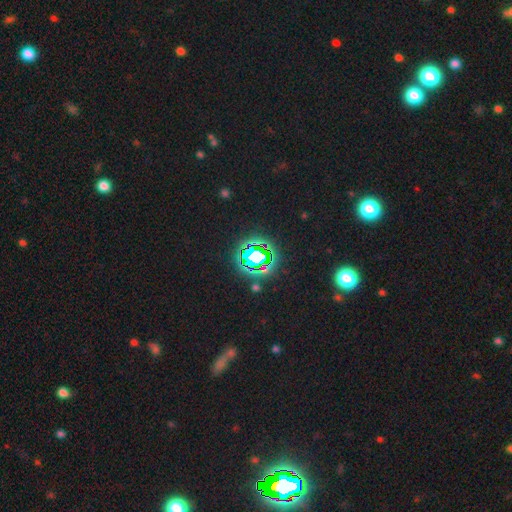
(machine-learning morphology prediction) Smooth or featured? Predicted: star or artifact (p=0.72).